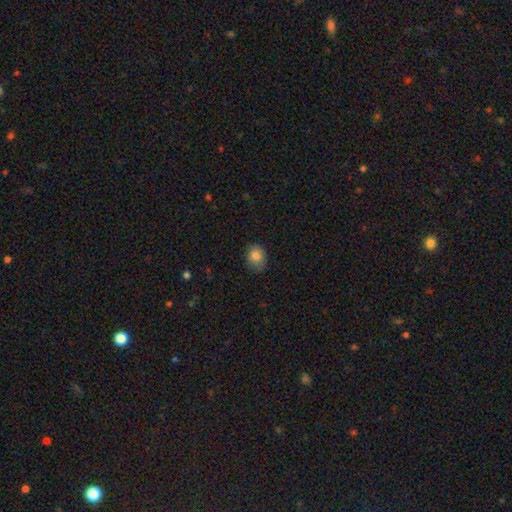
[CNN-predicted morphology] Smooth or featured: smooth — 84% (star or artifact — 9%)
How rounded: round — 53% (in between — 46%)
Merging: none — 75% (minor disturbance — 20%)